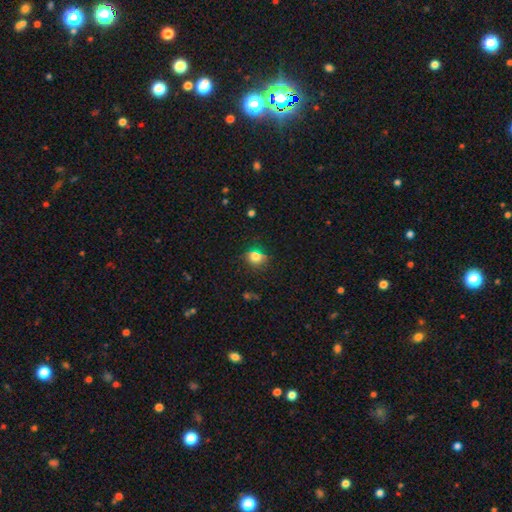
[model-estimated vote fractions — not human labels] Smooth or featured? smooth (76%)
How rounded? round (70%)
Merging? none (77%)